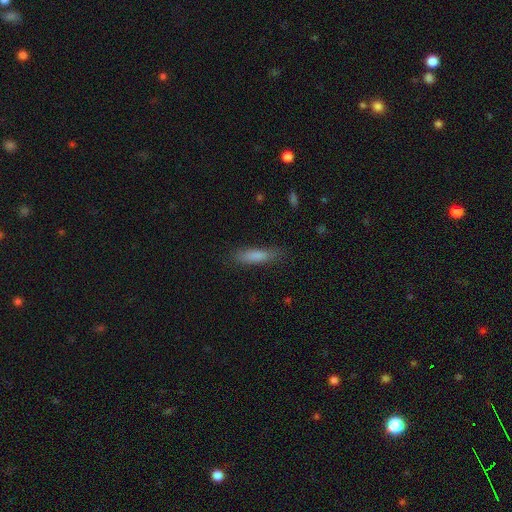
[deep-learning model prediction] Smooth or featured?
  - smooth: 83% *
  - featured or disk: 10%
  - star or artifact: 7%
How rounded?
  - cigar-shaped: 70% *
  - in between: 29%
  - round: 2%
Merging?
  - none: 78% *
  - minor disturbance: 17%
  - major disturbance: 4%
  - merger: 1%